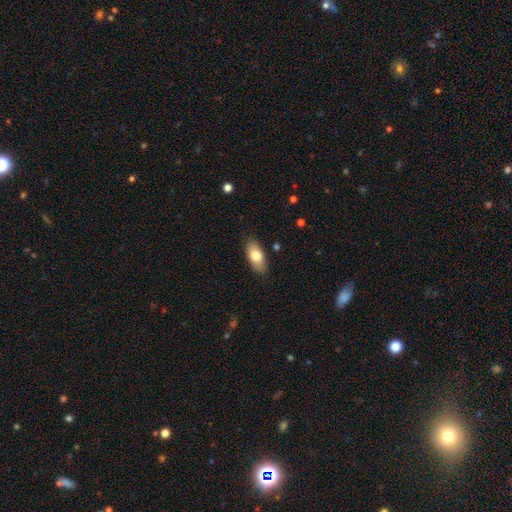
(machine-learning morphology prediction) This appears to be a smooth galaxy with no disk features (77%) that is in between round and cigar-shaped (88%). Merging: none (84%).